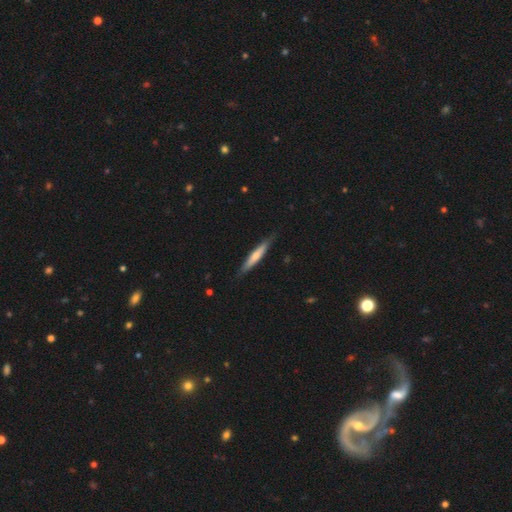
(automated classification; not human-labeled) This is possibly a smooth galaxy (57%). How rounded: clearly cigar-shaped (92%). Merging: clearly none (83%).